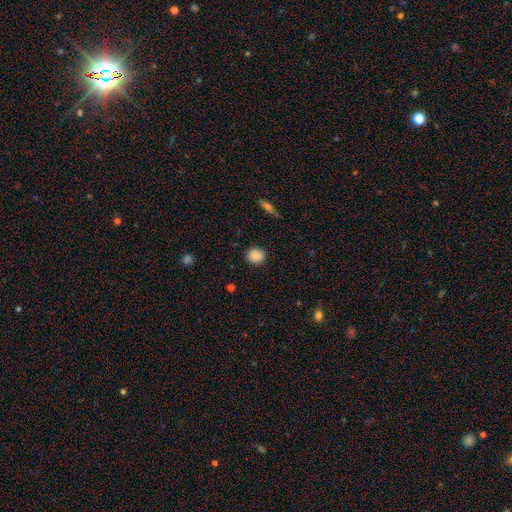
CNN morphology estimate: The model was most divided on "how rounded": round: 65%, in between: 34%, cigar-shaped: 1%. More confident: smooth or featured — smooth (88%); merging — none (88%).